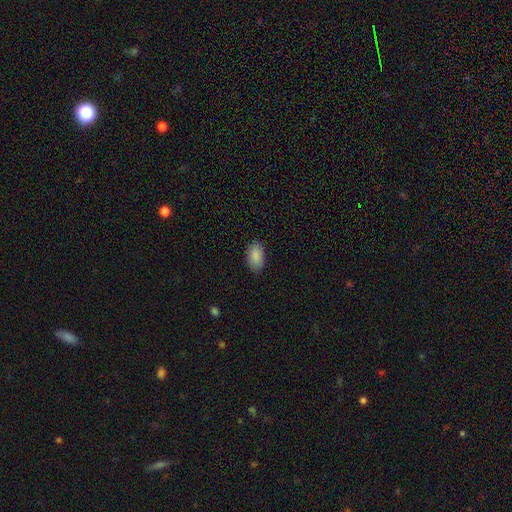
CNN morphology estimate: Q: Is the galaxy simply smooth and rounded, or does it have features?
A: smooth — 89%.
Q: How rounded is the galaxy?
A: in between — 93%.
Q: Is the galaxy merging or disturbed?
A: none — 84%.